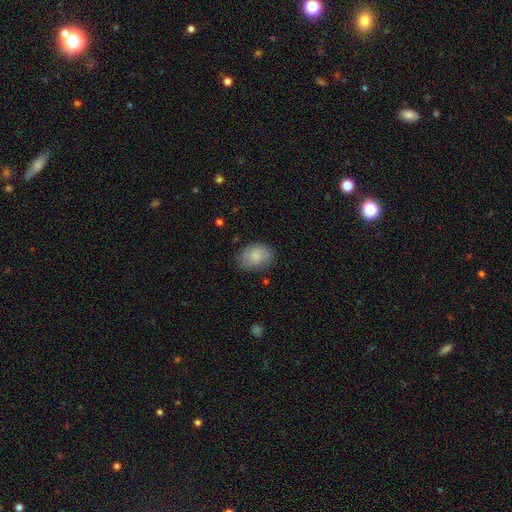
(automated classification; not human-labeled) A smooth galaxy with no disk features (70%) that is in between round and cigar-shaped (68%).

Vote fractions:
- Smooth or featured? smooth: 70% / featured or disk: 22% / star or artifact: 8%
- How rounded? in between: 68% / round: 30% / cigar-shaped: 1%
- Merging? none: 73% / minor disturbance: 20% / major disturbance: 6% / merger: 1%